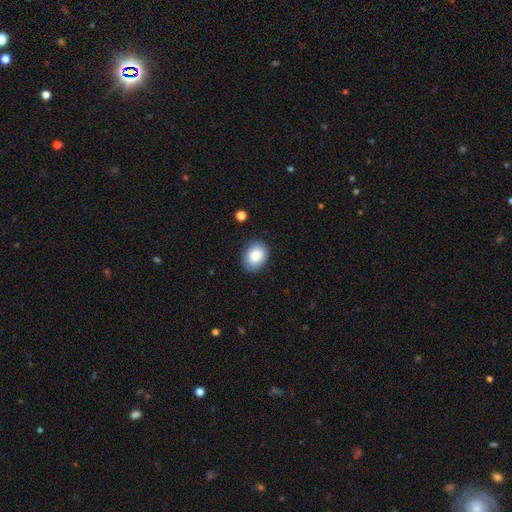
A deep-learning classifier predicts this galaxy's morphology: Smooth or featured? smooth (85%)
How rounded? in between (58%)
Merging? none (84%)